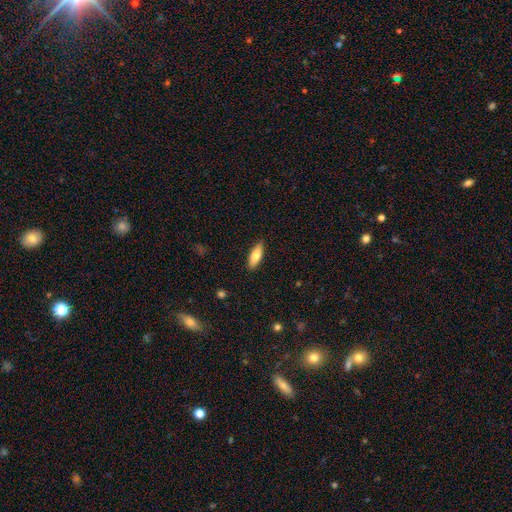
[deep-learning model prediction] Smooth or featured? Predicted: smooth (p=0.76). How rounded? Predicted: in between (p=0.69). Merging? Predicted: none (p=0.88).